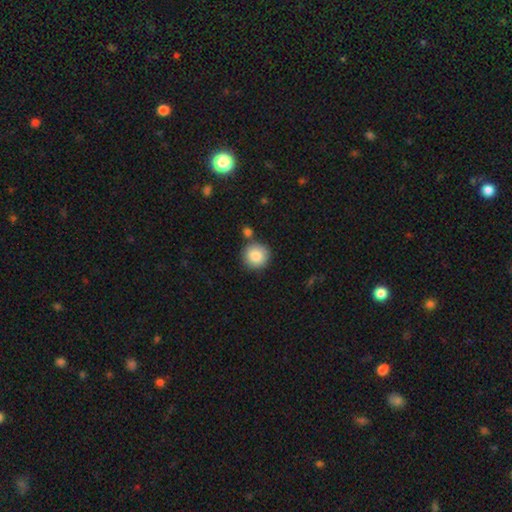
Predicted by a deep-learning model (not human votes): Q: Smooth or featured?
A: smooth (86%); runner-up: star or artifact (8%)
Q: How rounded?
A: round (93%); runner-up: in between (6%)
Q: Merging?
A: none (78%); runner-up: merger (10%)